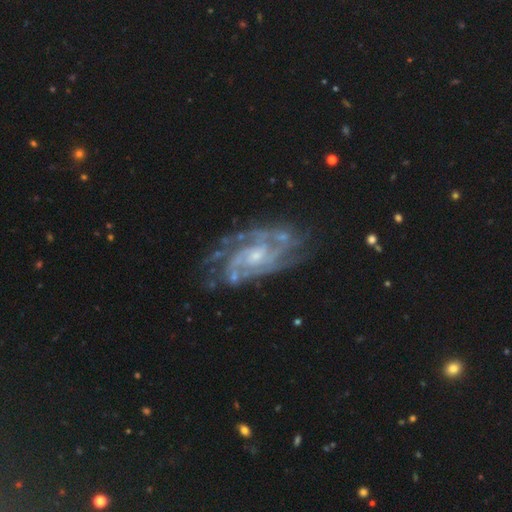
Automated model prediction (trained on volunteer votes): This appears to be a featured or disk galaxy (91%) with no bar (54%), 2 (28%) tight (57%) spiral arms (97%) and a small central bulge (62%). Merging: none (69%).